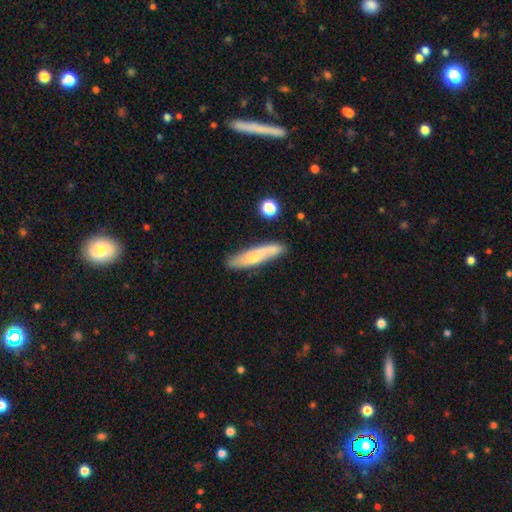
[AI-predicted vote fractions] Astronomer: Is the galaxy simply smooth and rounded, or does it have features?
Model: smooth — 57% (runner-up: featured or disk, 37%).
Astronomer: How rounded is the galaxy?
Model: cigar-shaped — 79%.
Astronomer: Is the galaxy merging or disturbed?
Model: none — 75%.